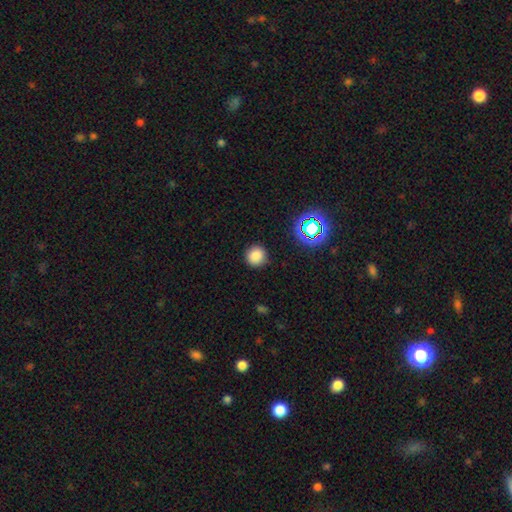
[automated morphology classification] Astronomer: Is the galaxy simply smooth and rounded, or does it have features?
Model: smooth — 81%.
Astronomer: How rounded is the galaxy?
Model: round — 93%.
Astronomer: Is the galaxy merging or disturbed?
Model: none — 90%.